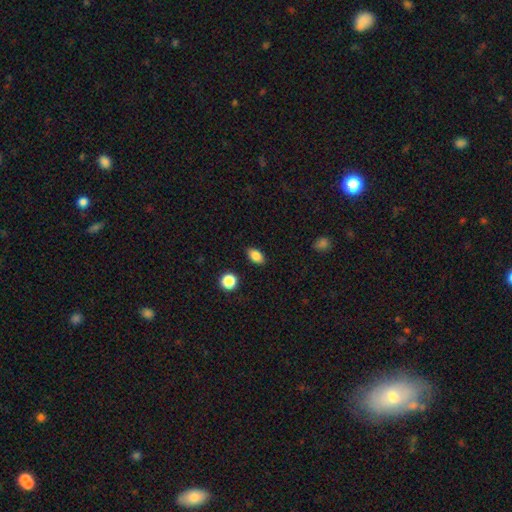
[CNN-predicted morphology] Overall: smooth (86%). How rounded: in between (87%). Merging: none (88%).